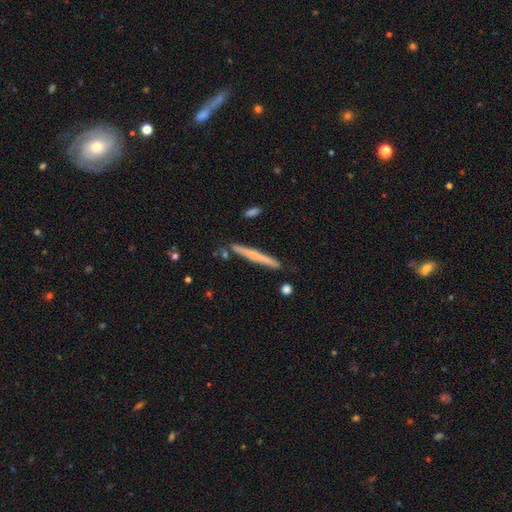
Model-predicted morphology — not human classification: This appears to be a smooth galaxy with no disk features (57%) that is cigar-shaped (97%). Merging: none (87%).